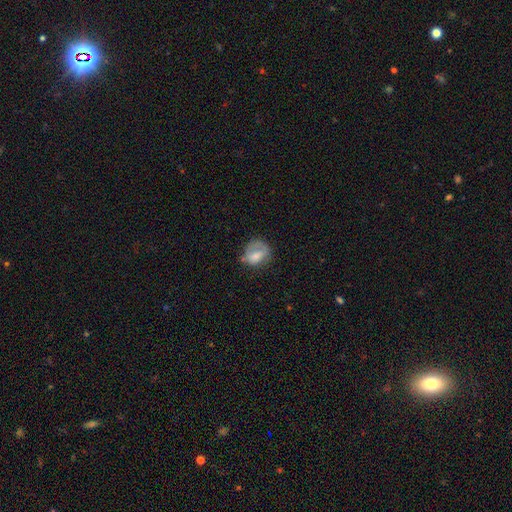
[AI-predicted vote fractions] A smooth galaxy with no disk features (59%) that is round (59%).

Vote fractions:
- Smooth or featured? smooth: 59% / featured or disk: 32% / star or artifact: 8%
- How rounded? round: 59% / in between: 40% / cigar-shaped: 1%
- Merging? none: 47% / minor disturbance: 27% / major disturbance: 22% / merger: 3%